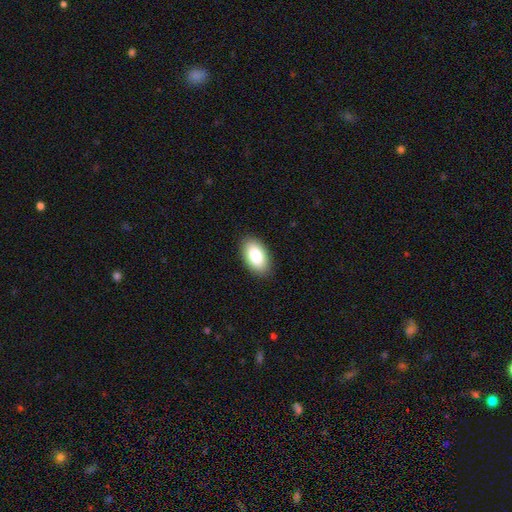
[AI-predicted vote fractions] smooth_or_featured: smooth (p=0.86) [alt: featured or disk p=0.08]
how_rounded: in between (p=0.95) [alt: round p=0.03]
merging: none (p=0.88) [alt: minor disturbance p=0.09]